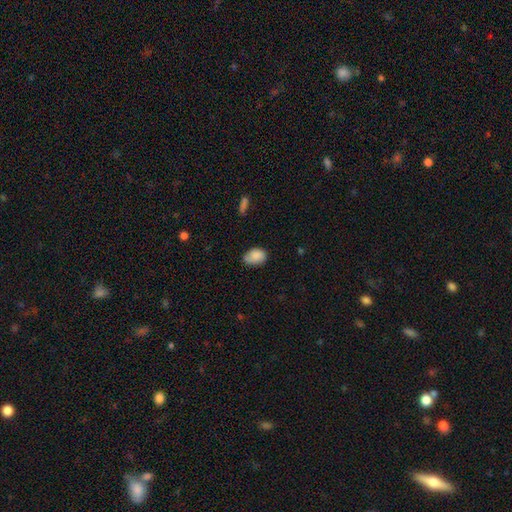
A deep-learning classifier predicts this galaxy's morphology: This appears to be a smooth galaxy with no disk features (85%) that is in between round and cigar-shaped (81%). Merging: none (57%).